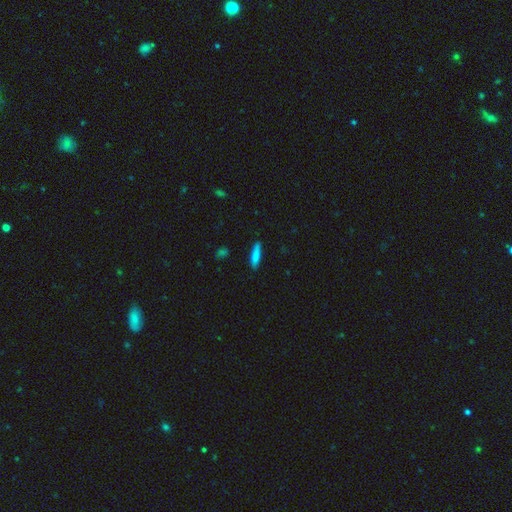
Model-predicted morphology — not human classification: A smooth galaxy with no disk features (81%) that is cigar-shaped (78%). Merging: none (85%).